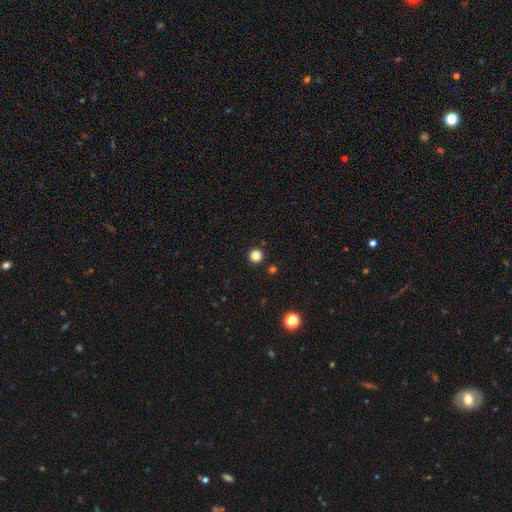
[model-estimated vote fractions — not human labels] A smooth galaxy with no disk features (84%) that is round (96%). Merging: none (92%).